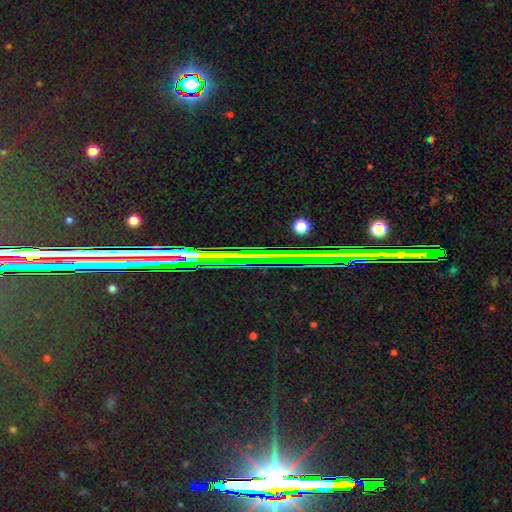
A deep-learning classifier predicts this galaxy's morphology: type=star or artifact (80%).